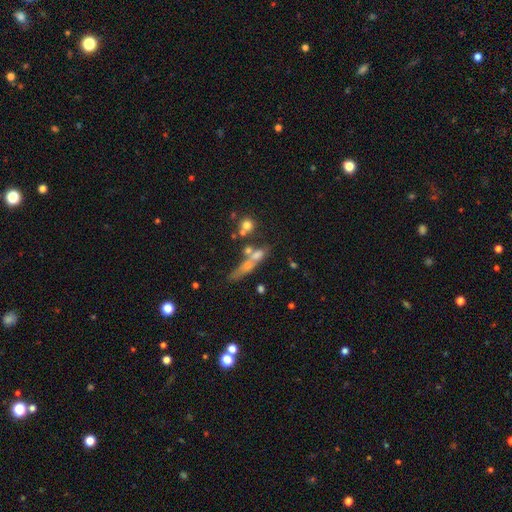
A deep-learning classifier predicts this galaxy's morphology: Smooth or featured? Predicted: smooth (p=0.48). Merging? Predicted: none (p=0.41).